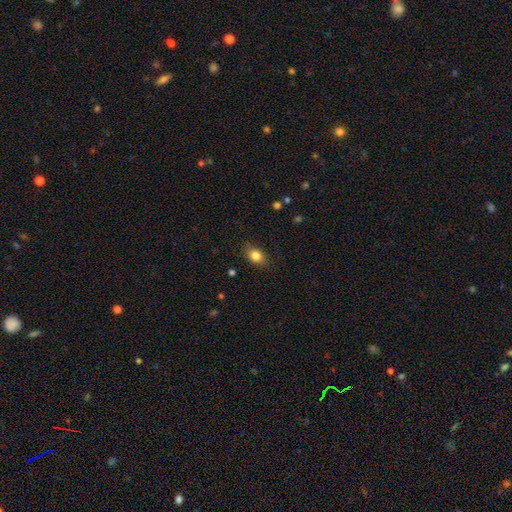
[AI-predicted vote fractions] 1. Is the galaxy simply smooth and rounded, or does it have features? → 84% smooth, 9% star or artifact, 7% featured or disk.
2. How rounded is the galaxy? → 72% in between, 27% round, 2% cigar-shaped.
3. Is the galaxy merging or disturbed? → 83% none, 13% minor disturbance, 3% major disturbance, 1% merger.